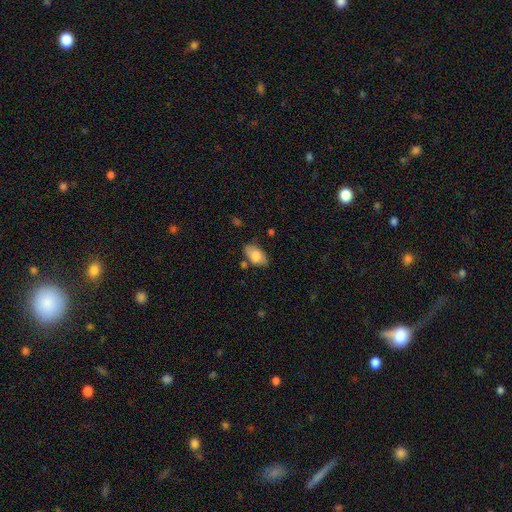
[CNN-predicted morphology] A smooth galaxy with no disk features (77%) that is in between round and cigar-shaped (92%).

Vote fractions:
- Smooth or featured? smooth: 77% / featured or disk: 16% / star or artifact: 7%
- How rounded? in between: 92% / round: 7% / cigar-shaped: 2%
- Merging? none: 67% / minor disturbance: 21% / merger: 7% / major disturbance: 5%